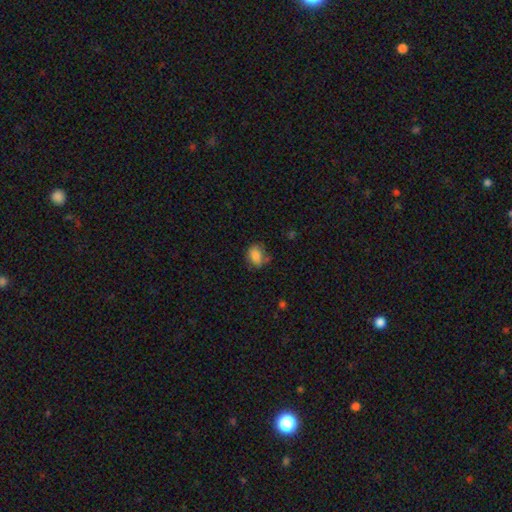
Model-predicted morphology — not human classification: Smooth or featured: smooth — 81% (featured or disk — 9%)
How rounded: in between — 65% (round — 33%)
Merging: none — 60% (minor disturbance — 27%)